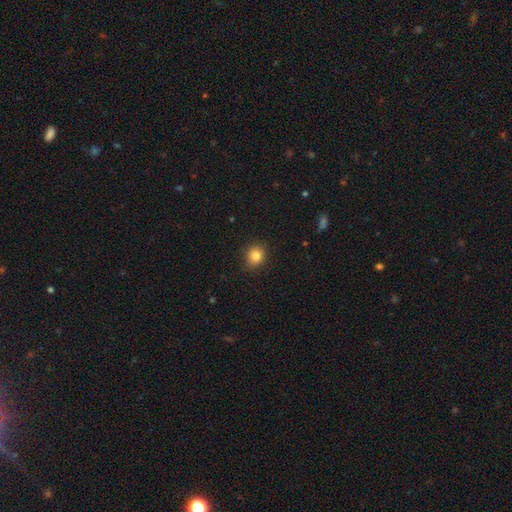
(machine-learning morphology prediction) Smooth or featured: smooth — 83% (star or artifact — 11%)
How rounded: round — 81% (in between — 18%)
Merging: none — 83% (minor disturbance — 13%)